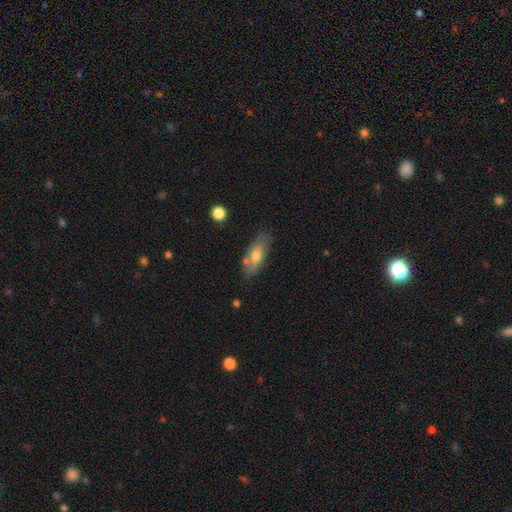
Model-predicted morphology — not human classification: Smooth or featured? smooth (63%)
How rounded? in between (70%)
Merging? none (74%)